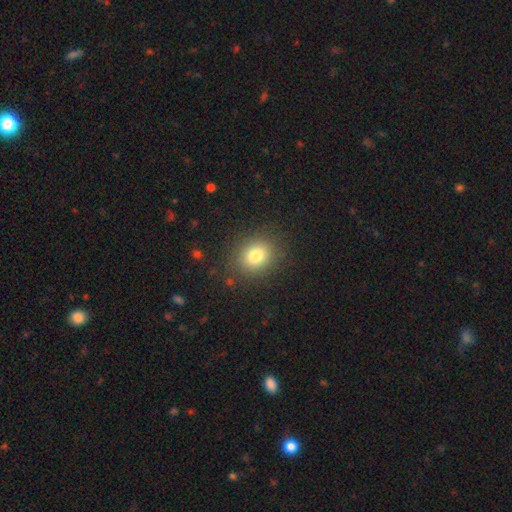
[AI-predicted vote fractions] The model was most divided on "how rounded": round: 70%, in between: 29%, cigar-shaped: 1%. More confident: merging — none (86%); smooth or featured — smooth (78%).